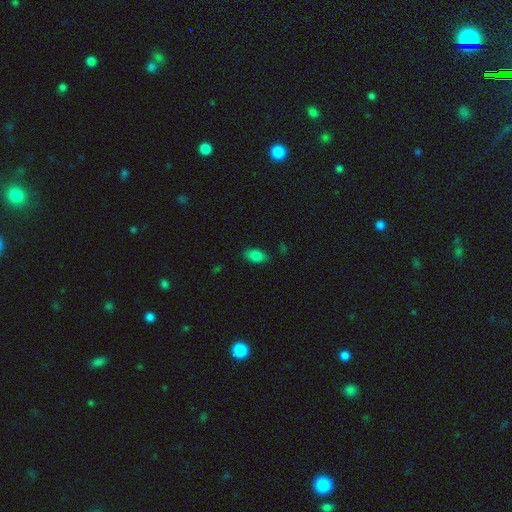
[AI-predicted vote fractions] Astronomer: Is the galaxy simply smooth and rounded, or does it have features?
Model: smooth — 83%.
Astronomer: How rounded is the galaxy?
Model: in between — 91%.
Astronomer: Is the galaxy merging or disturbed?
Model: none — 83%.